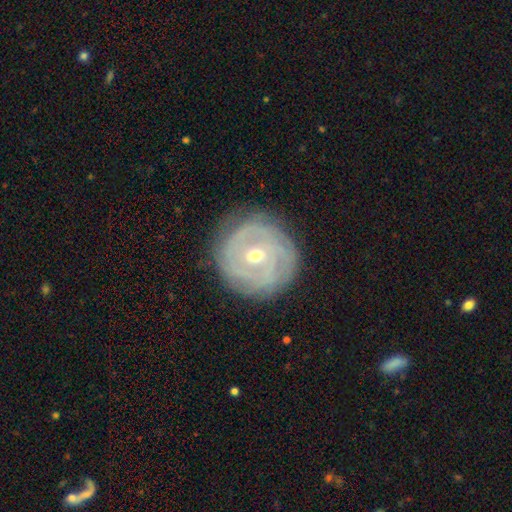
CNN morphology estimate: Smooth or featured? featured or disk (79%)
Edge-on disk? no (97%)
Bar? no (54%)
Spiral arms? yes (87%)
Spiral winding? tight (80%)
Spiral arm count? can't tell (42%)
Bulge size? moderate (52%)
Merging? none (81%)